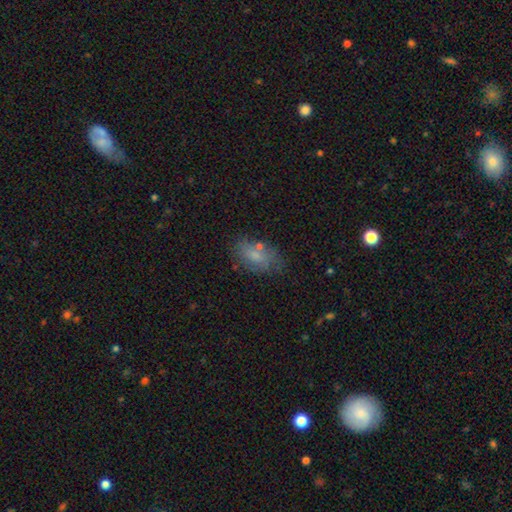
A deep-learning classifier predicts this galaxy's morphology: type=smooth (69%); roundness=in between (88%); merging=none (65%).